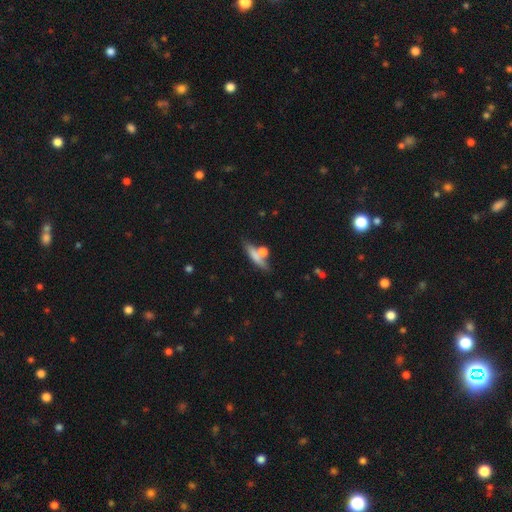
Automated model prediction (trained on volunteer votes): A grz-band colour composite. It shows a smooth galaxy with no disk features (65%) that is cigar-shaped (71%). Merging: none (58%).